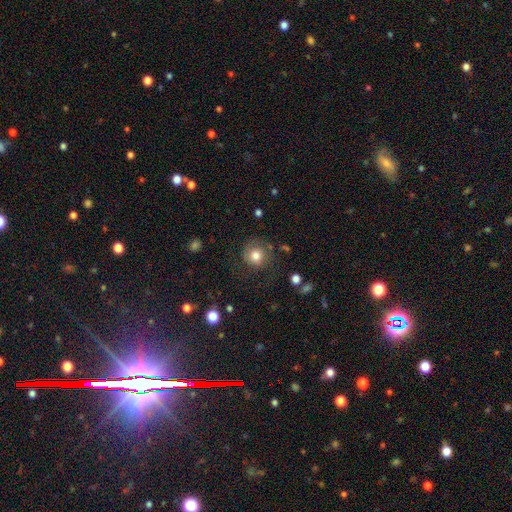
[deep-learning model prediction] Morphology: type=smooth (76%); roundness=round (89%); merging=none (66%).